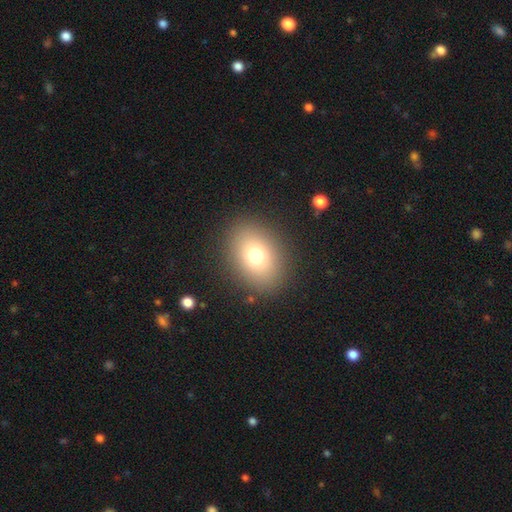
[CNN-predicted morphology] smooth-or-featured: smooth: 75% | featured or disk: 13% | star or artifact: 12%
  how-rounded: in between: 68% | round: 31% | cigar-shaped: 1%
  merging: none: 87% | minor disturbance: 8% | major disturbance: 4% | merger: 1%